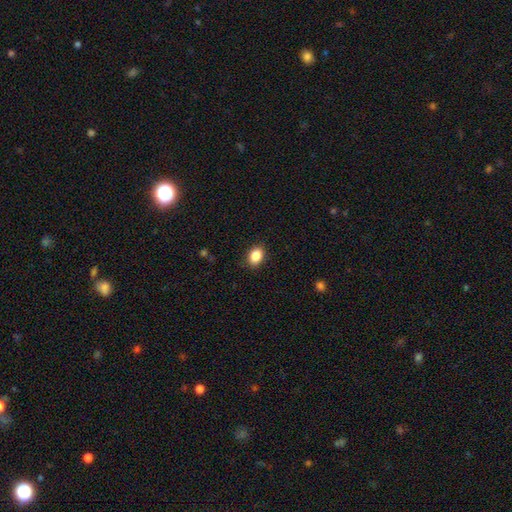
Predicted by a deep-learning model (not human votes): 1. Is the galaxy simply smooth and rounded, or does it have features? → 87% smooth, 9% star or artifact, 4% featured or disk.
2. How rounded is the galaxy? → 79% in between, 20% round, 1% cigar-shaped.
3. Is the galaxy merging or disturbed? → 88% none, 9% minor disturbance, 2% major disturbance, 1% merger.